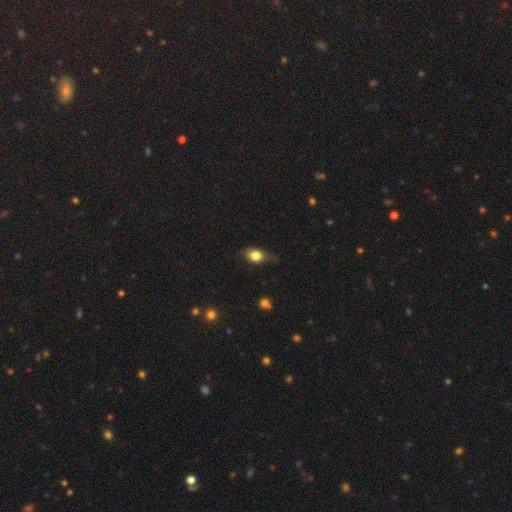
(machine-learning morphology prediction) Overall: smooth (79%). How rounded: in between (76%). Merging: none (62%; minor disturbance 29%).